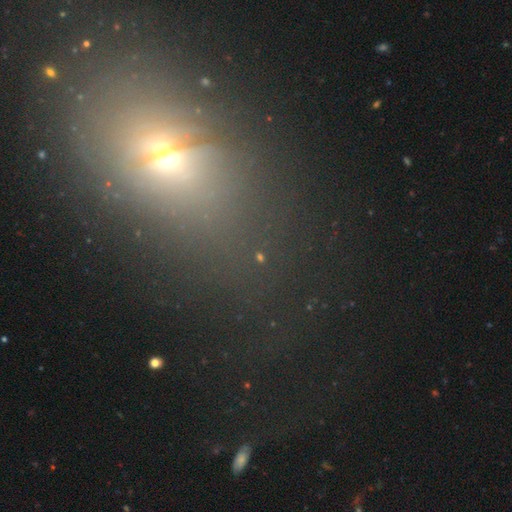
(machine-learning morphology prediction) This appears to be a star or artifact, not a galaxy (45%).